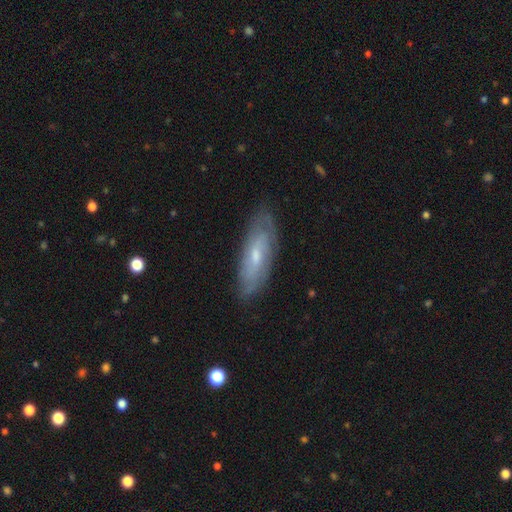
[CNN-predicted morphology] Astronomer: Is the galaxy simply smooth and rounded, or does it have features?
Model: featured or disk — 61%.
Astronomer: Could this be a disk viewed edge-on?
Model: no — 74%.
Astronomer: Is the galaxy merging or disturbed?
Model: none — 80%.